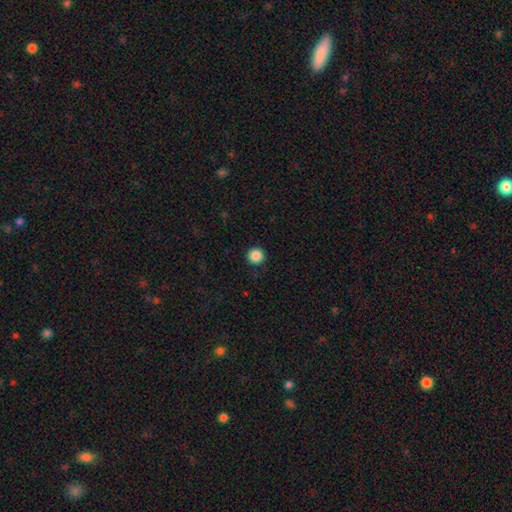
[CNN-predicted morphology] This appears to be a smooth galaxy with no disk features (87%) that is round (96%). Merging: none (93%).